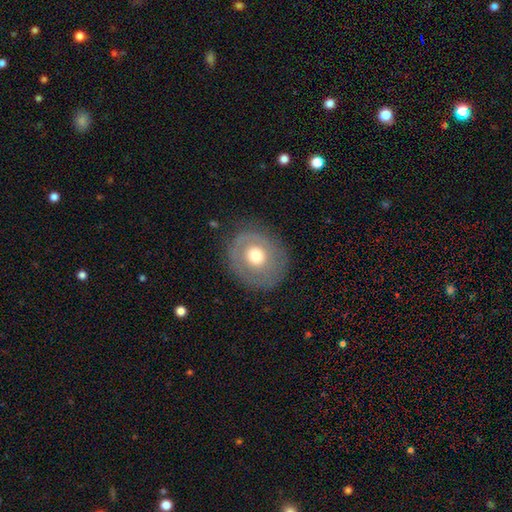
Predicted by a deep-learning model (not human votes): Morphology: type=smooth (53%); roundness=round (71%); merging=none (78%).